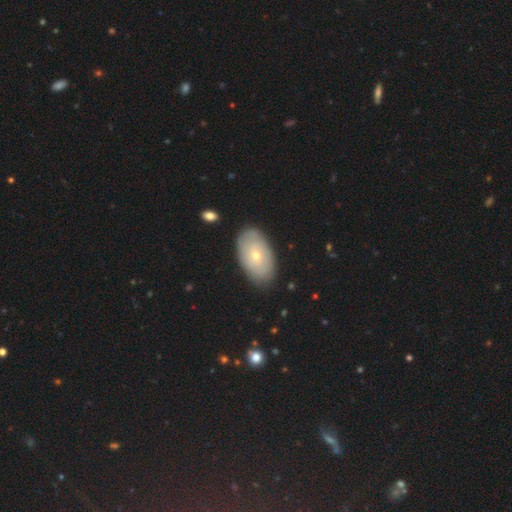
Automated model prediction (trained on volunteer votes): Q: Smooth or featured?
A: smooth (54%); runner-up: featured or disk (40%)
Q: How rounded?
A: in between (93%); runner-up: round (5%)
Q: Merging?
A: none (84%); runner-up: minor disturbance (12%)